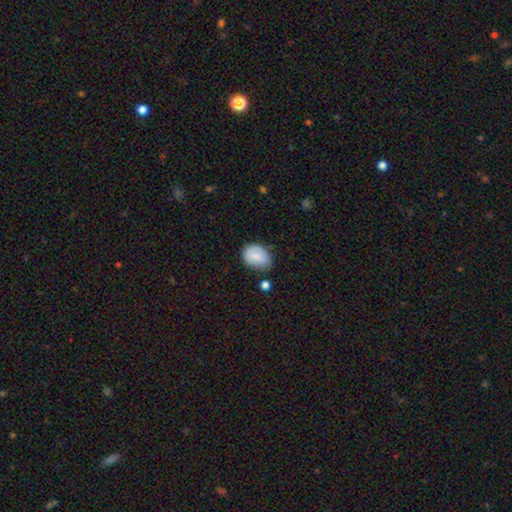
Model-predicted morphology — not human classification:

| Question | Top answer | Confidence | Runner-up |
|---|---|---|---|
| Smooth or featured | smooth | 78% | featured or disk (15%) |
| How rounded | in between | 69% | round (29%) |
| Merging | none | 57% | minor disturbance (31%) |